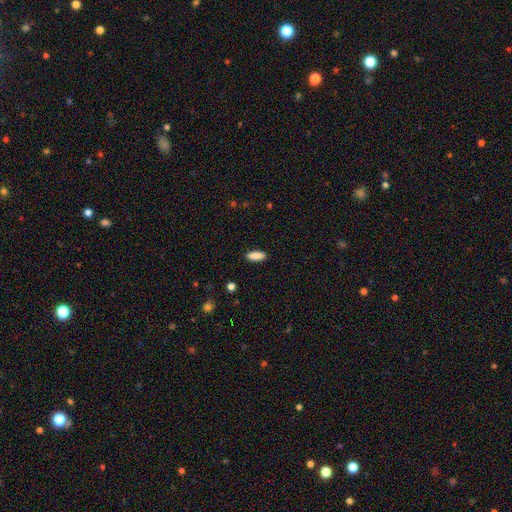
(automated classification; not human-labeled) Morphology: type=smooth (89%); roundness=in between (72%); merging=none (89%).